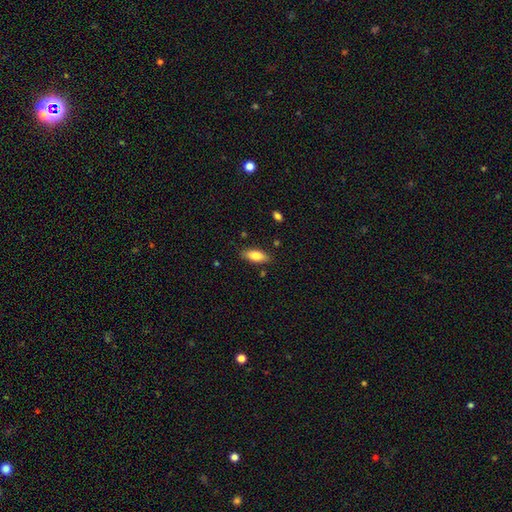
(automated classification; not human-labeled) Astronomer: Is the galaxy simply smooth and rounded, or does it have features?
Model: smooth — 79%.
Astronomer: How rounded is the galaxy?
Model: in between — 78%.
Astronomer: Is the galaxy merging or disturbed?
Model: none — 84%.